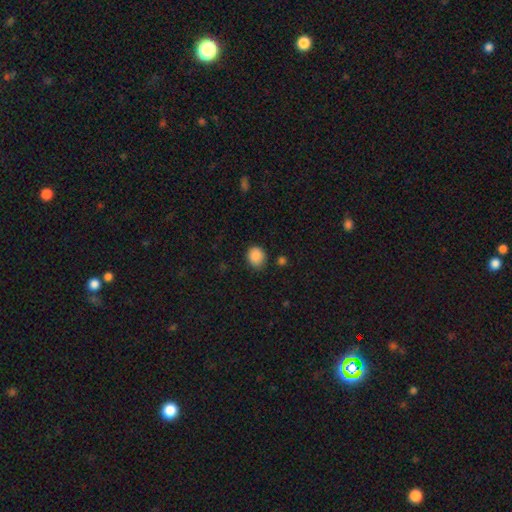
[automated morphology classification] smooth_or_featured: smooth (p=0.87) [alt: star or artifact p=0.09]
how_rounded: round (p=0.69) [alt: in between p=0.31]
merging: none (p=0.78) [alt: minor disturbance p=0.16]